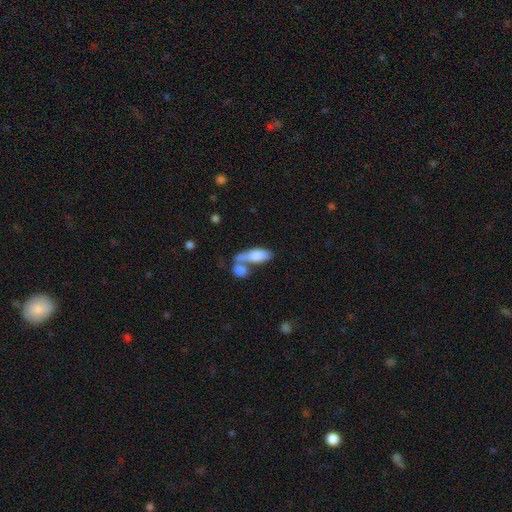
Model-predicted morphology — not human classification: smooth-or-featured: smooth: 77% | featured or disk: 17% | star or artifact: 6%
  how-rounded: in between: 74% | cigar-shaped: 22% | round: 3%
  merging: merger: 51% | none: 30% | minor disturbance: 12% | major disturbance: 8%